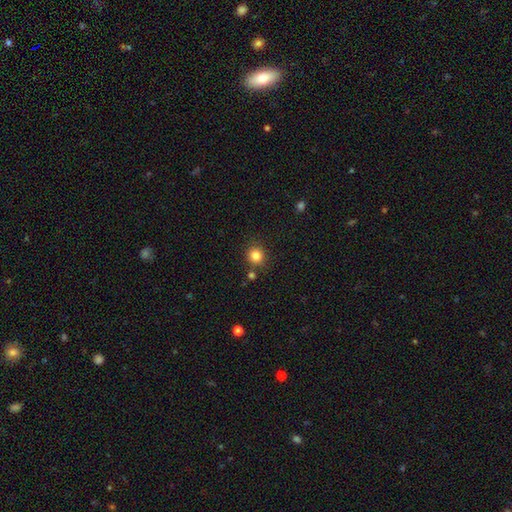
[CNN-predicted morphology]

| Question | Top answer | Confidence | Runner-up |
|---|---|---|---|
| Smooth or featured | smooth | 83% | star or artifact (12%) |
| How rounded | round | 89% | in between (10%) |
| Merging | none | 84% | minor disturbance (8%) |